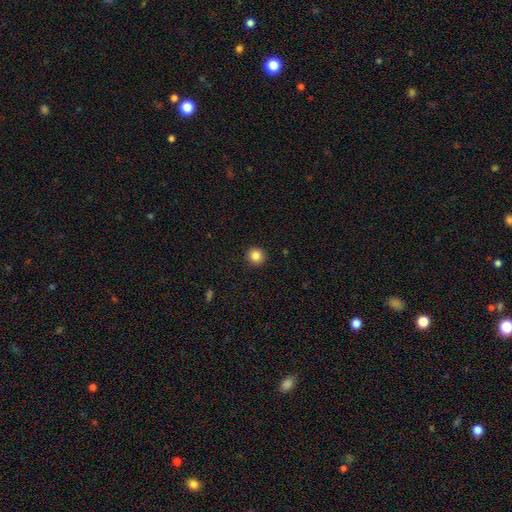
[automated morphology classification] Smooth or featured: smooth — 85% (star or artifact — 10%)
How rounded: round — 94% (in between — 5%)
Merging: none — 93% (minor disturbance — 5%)